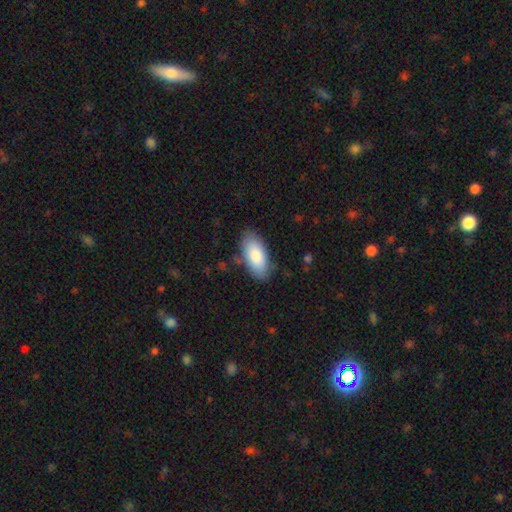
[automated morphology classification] This is clearly a smooth galaxy (84%). How rounded: clearly in between (91%). Merging: clearly none (82%).